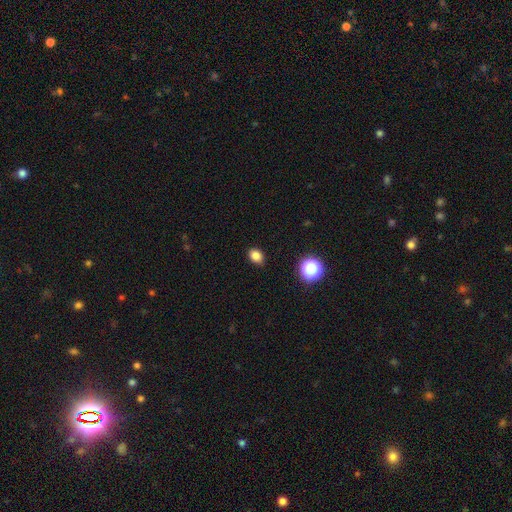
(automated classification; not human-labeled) Q: Smooth or featured?
A: smooth (83%); runner-up: star or artifact (13%)
Q: How rounded?
A: in between (65%); runner-up: round (34%)
Q: Merging?
A: none (85%); runner-up: minor disturbance (11%)